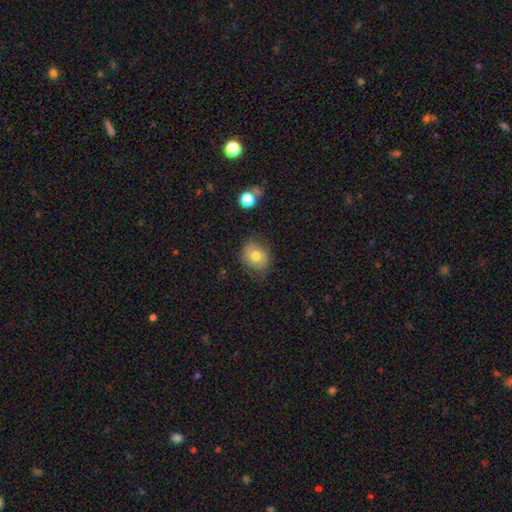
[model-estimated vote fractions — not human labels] Morphology: type=smooth (74%); roundness=round (61%); merging=none (76%).